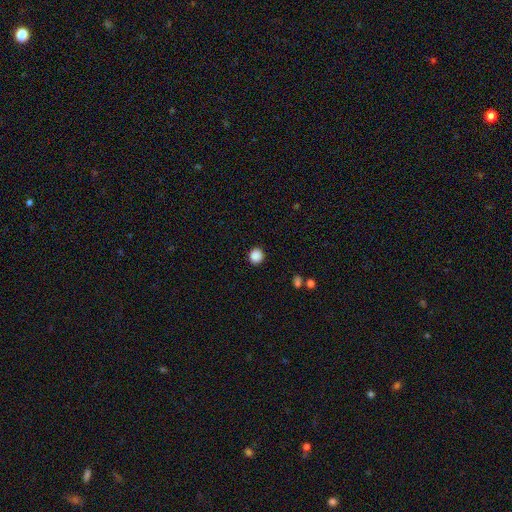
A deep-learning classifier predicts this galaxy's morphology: smooth-or-featured: smooth: 88% | star or artifact: 9% | featured or disk: 2%
  how-rounded: round: 93% | in between: 6% | cigar-shaped: 1%
  merging: none: 92% | minor disturbance: 5% | major disturbance: 2% | merger: 1%